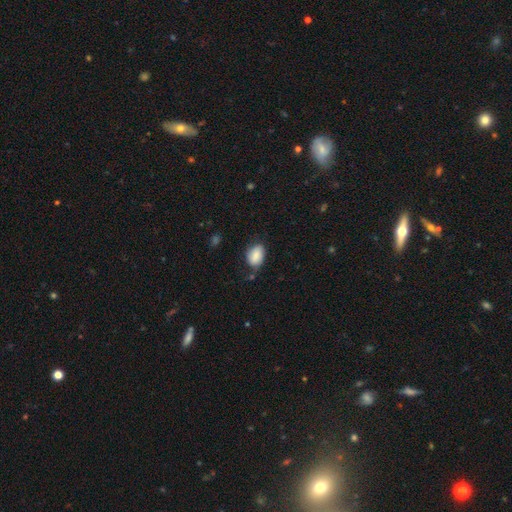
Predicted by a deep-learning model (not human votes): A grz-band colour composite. It shows a smooth galaxy with no disk features (84%) that is in between round and cigar-shaped (82%). Merging: none (66%).